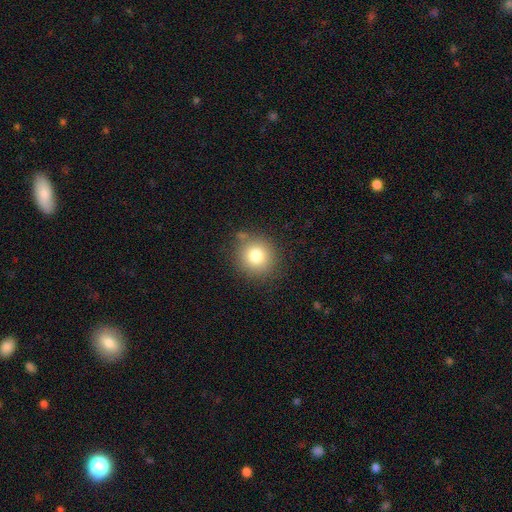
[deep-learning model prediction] Smooth or featured: smooth — 79% (star or artifact — 12%)
How rounded: round — 90% (in between — 9%)
Merging: none — 82% (minor disturbance — 11%)